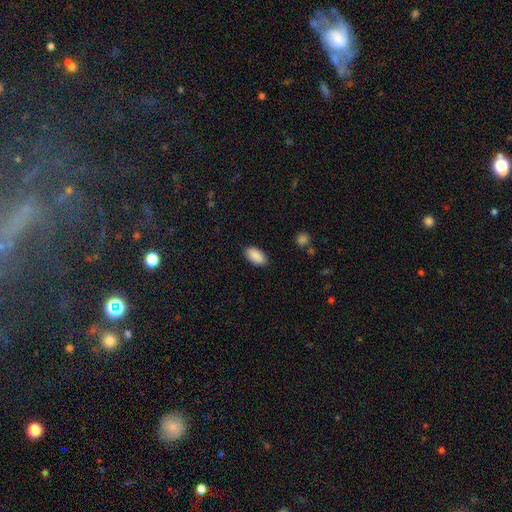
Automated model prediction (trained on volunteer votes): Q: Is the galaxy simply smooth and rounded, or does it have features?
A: smooth — 91%.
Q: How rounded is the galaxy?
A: in between — 94%.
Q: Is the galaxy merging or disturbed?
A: none — 87%.